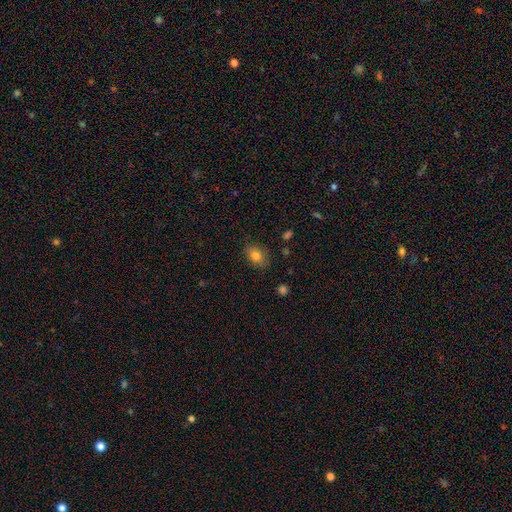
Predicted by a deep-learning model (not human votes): Q: Smooth or featured?
A: smooth (80%); runner-up: featured or disk (10%)
Q: How rounded?
A: in between (72%); runner-up: round (26%)
Q: Merging?
A: none (82%); runner-up: minor disturbance (14%)